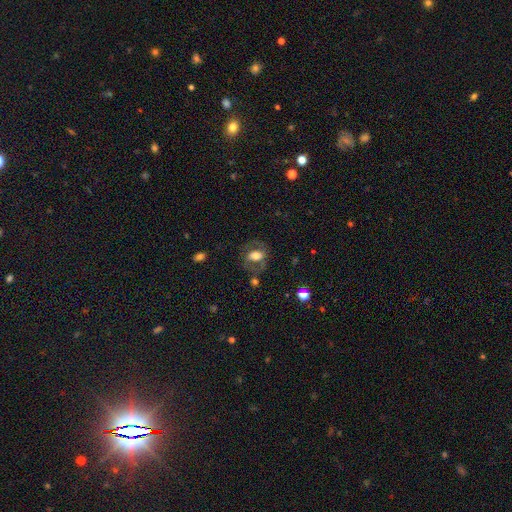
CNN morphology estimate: Smooth or featured: featured or disk — 46% (smooth — 45%)
Merging: none — 61% (major disturbance — 18%)